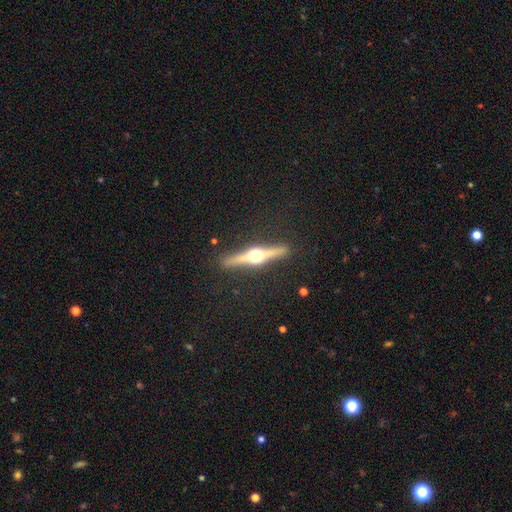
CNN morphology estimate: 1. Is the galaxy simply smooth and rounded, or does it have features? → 83% featured or disk, 11% smooth, 5% star or artifact.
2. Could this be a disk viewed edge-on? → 98% yes, 2% no.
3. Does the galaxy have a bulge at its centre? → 95% rounded, 3% boxy, 1% none.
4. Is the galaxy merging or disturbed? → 89% none, 8% minor disturbance, 2% major disturbance, 1% merger.